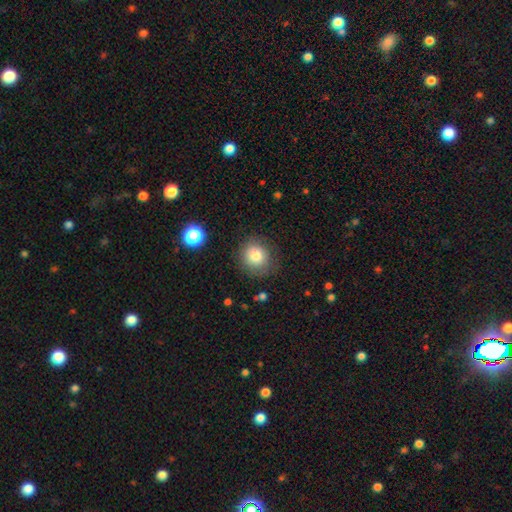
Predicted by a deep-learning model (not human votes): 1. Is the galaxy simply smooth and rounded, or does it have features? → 81% smooth, 11% star or artifact, 9% featured or disk.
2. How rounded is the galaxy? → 86% round, 13% in between, 1% cigar-shaped.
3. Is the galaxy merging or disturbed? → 81% none, 13% minor disturbance, 4% major disturbance, 2% merger.